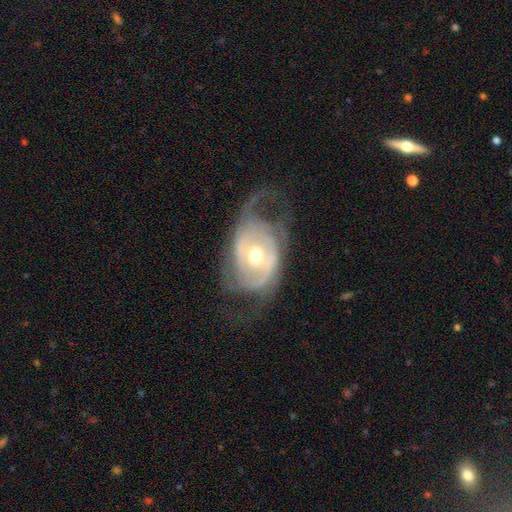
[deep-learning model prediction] Smooth or featured? Predicted: featured or disk (p=0.84). Edge-on disk? Predicted: no (p=0.96). Bar? Predicted: no (p=0.55). Spiral arms? Predicted: yes (p=0.86). Spiral winding? Predicted: medium (p=0.37). Spiral arm count? Predicted: 2 (p=0.59). Bulge size? Predicted: moderate (p=0.67). Merging? Predicted: none (p=0.49).